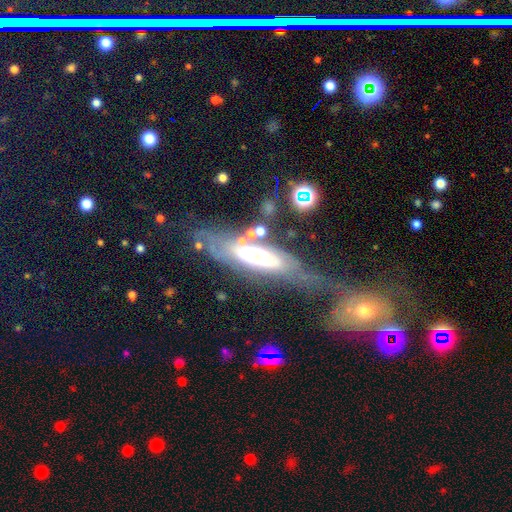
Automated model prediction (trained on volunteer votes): The model was most divided on "merging": none: 36%, major disturbance: 30%, minor disturbance: 24%, merger: 9%. More confident: smooth or featured — featured or disk (66%); edge-on disk — no (62%).